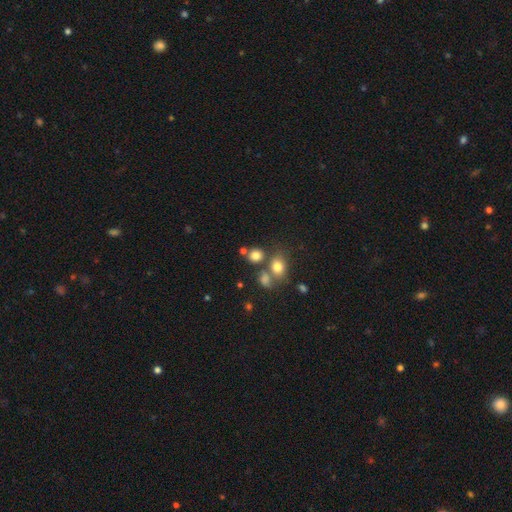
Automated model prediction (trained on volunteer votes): The model was most divided on "merging": none: 61%, merger: 24%, minor disturbance: 10%, major disturbance: 5%. More confident: smooth or featured — smooth (78%); how rounded — round (74%).